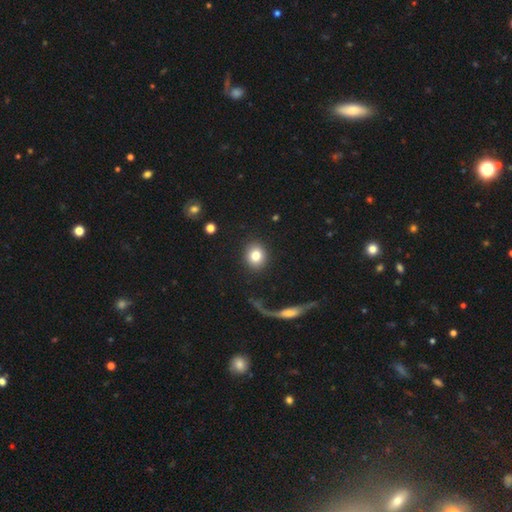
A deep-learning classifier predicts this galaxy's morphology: smooth 82%, featured or disk 10%, star or artifact 8%. Down the decision tree: how rounded — round (78%); merging — none (89%).